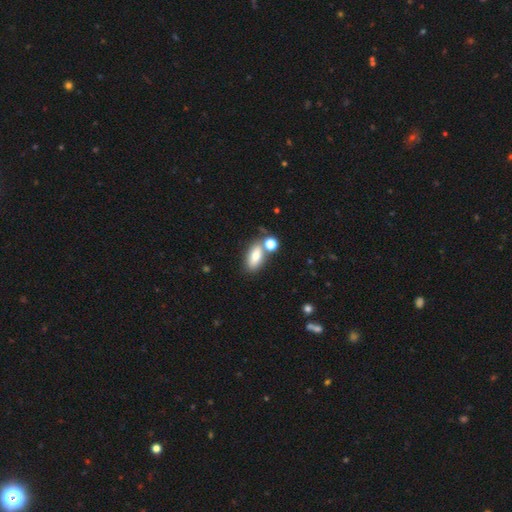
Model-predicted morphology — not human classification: Q: Smooth or featured?
A: smooth (80%); runner-up: featured or disk (11%)
Q: How rounded?
A: in between (82%); runner-up: cigar-shaped (11%)
Q: Merging?
A: none (57%); runner-up: merger (25%)